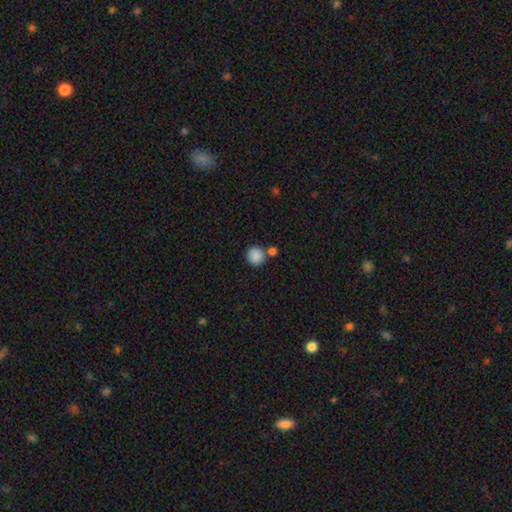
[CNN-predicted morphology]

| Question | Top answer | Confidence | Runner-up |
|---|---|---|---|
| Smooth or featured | smooth | 88% | star or artifact (9%) |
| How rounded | round | 90% | in between (9%) |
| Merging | none | 73% | merger (16%) |